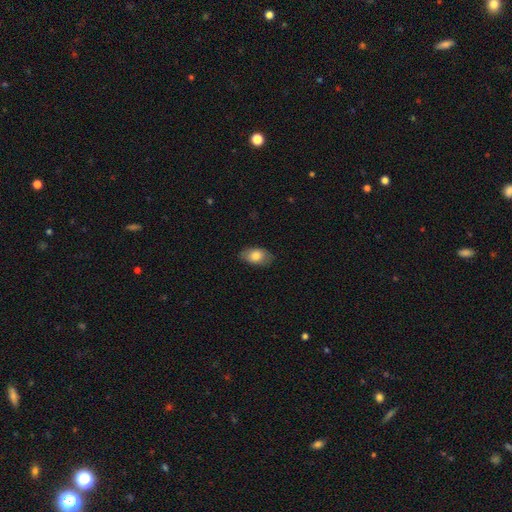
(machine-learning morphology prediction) smooth-or-featured: smooth: 80% | featured or disk: 14% | star or artifact: 7%
  how-rounded: in between: 91% | round: 7% | cigar-shaped: 2%
  merging: none: 83% | minor disturbance: 14% | major disturbance: 3% | merger: 1%